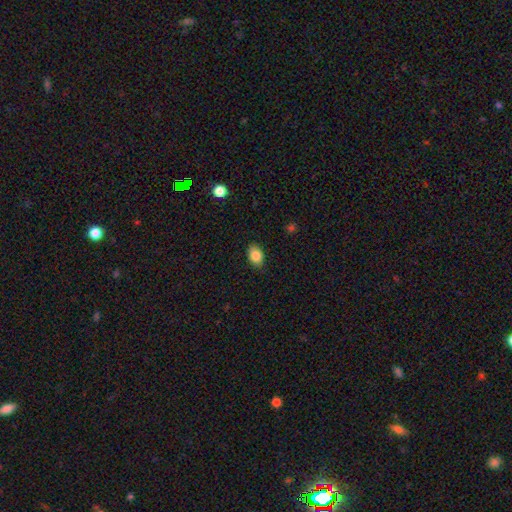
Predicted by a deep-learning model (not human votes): Smooth or featured? smooth (85%)
How rounded? in between (80%)
Merging? none (86%)